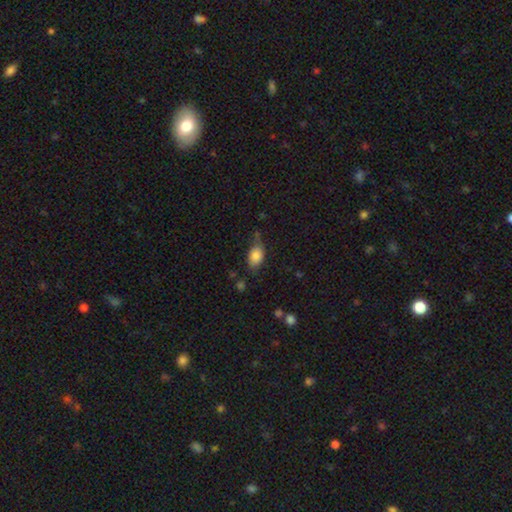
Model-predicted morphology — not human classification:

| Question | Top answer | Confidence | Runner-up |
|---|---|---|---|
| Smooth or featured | smooth | 81% | featured or disk (10%) |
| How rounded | in between | 84% | round (14%) |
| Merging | none | 58% | minor disturbance (29%) |